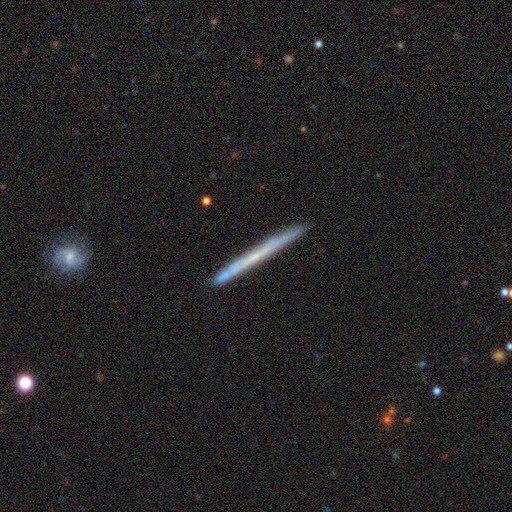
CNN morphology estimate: Smooth or featured? Predicted: featured or disk (p=0.52). Edge-on disk? Predicted: yes (p=0.97). Edge-on bulge? Predicted: none (p=0.92). Merging? Predicted: none (p=0.90).